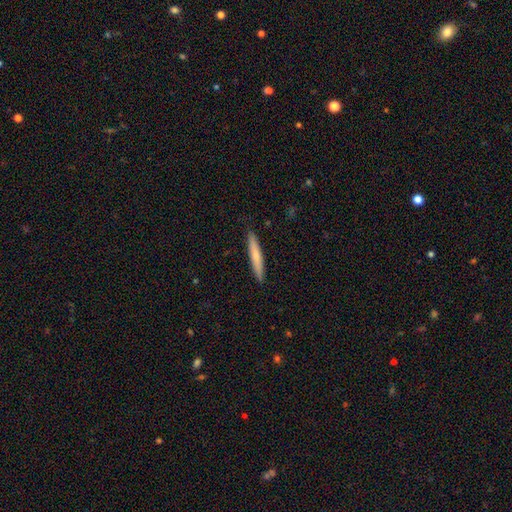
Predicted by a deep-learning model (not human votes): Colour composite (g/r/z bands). It shows a smooth galaxy with no disk features (67%) that is cigar-shaped (95%). Merging: none (91%).